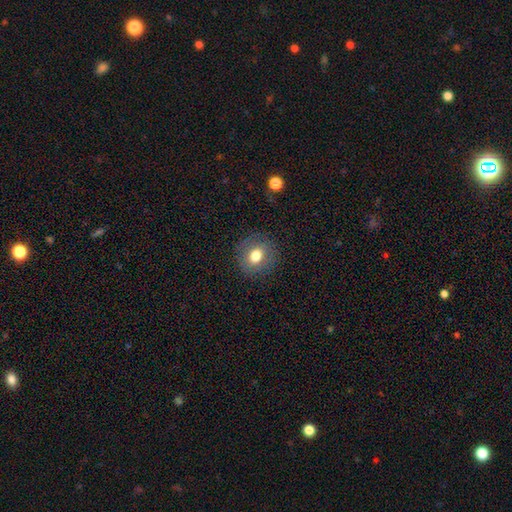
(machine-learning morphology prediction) This is likely a smooth galaxy (76%). How rounded: likely round (73%). Merging: clearly none (87%).